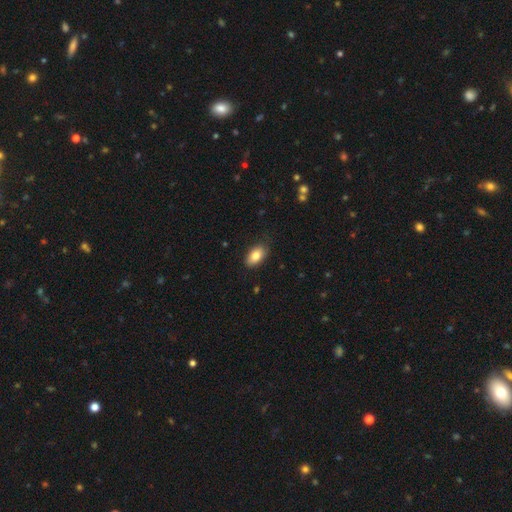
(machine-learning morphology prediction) The model was most divided on "merging": none: 83%, minor disturbance: 13%, major disturbance: 3%, merger: 1%. More confident: how rounded — in between (92%); smooth or featured — smooth (84%).